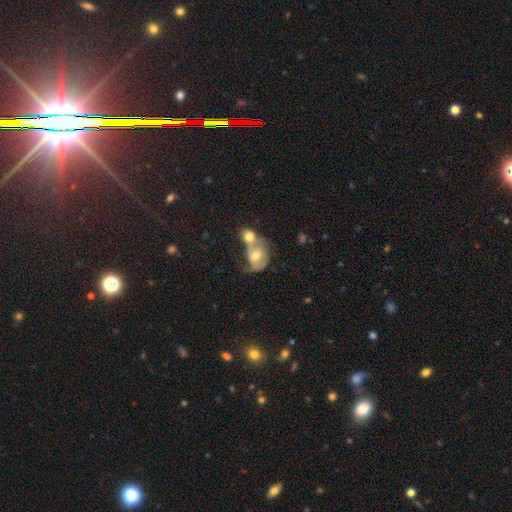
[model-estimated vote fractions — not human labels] smooth_or_featured: smooth (p=0.51) [alt: featured or disk p=0.41]
how_rounded: in between (p=0.52) [alt: round p=0.47]
merging: merger (p=0.70) [alt: none p=0.14]